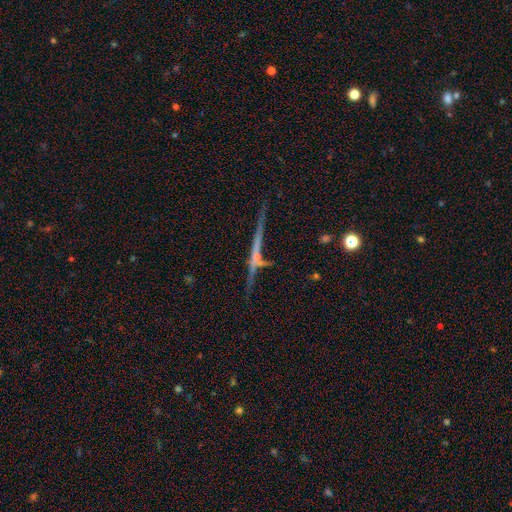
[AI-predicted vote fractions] featured or disk 73%, smooth 14%, star or artifact 13%. Down the decision tree: edge-on disk — yes (95%); edge-on bulge — rounded (56%); merging — none (77%).